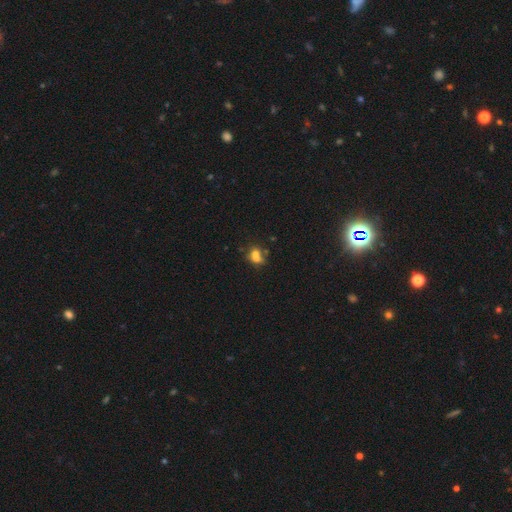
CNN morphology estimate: Smooth or featured? Predicted: smooth (p=0.63). How rounded? Predicted: in between (p=0.51). Merging? Predicted: merger (p=0.39).